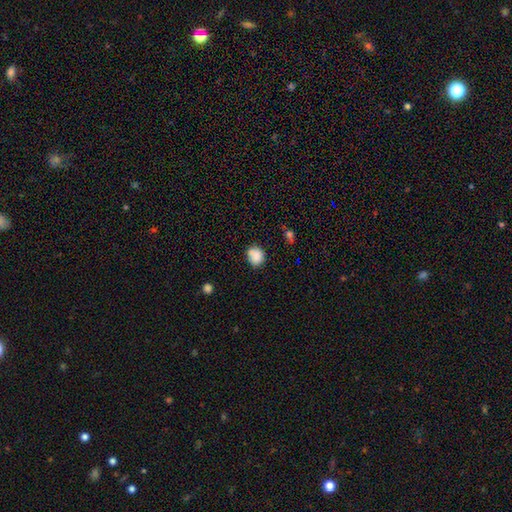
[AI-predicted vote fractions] A smooth galaxy with no disk features (84%) that is round (71%).

Vote fractions:
- Smooth or featured? smooth: 84% / star or artifact: 10% / featured or disk: 7%
- How rounded? round: 71% / in between: 28% / cigar-shaped: 1%
- Merging? none: 66% / minor disturbance: 21% / merger: 9% / major disturbance: 5%